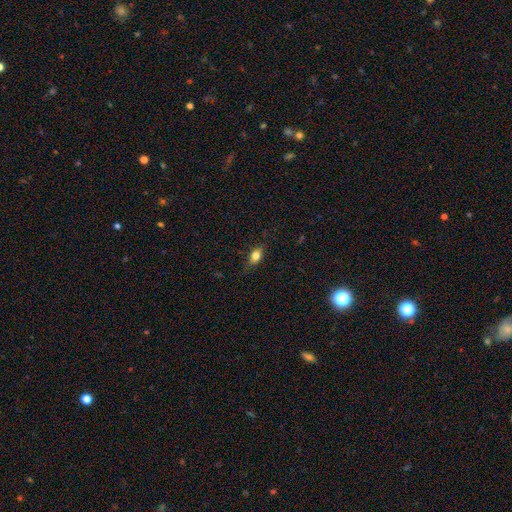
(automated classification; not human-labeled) Smooth or featured? smooth (78%)
How rounded? in between (74%)
Merging? none (75%)